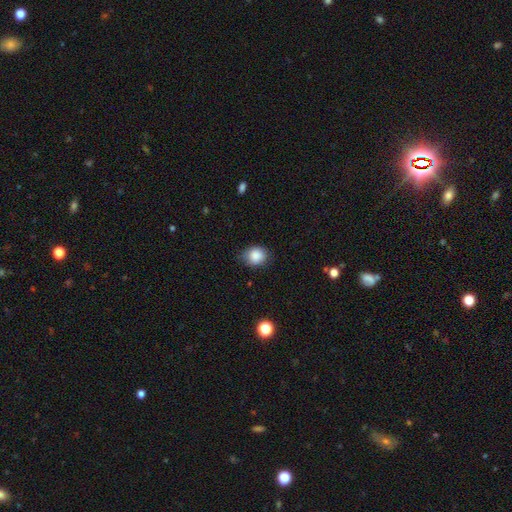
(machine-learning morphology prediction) A smooth galaxy with no disk features (86%) that is round (61%). Merging: none (71%).